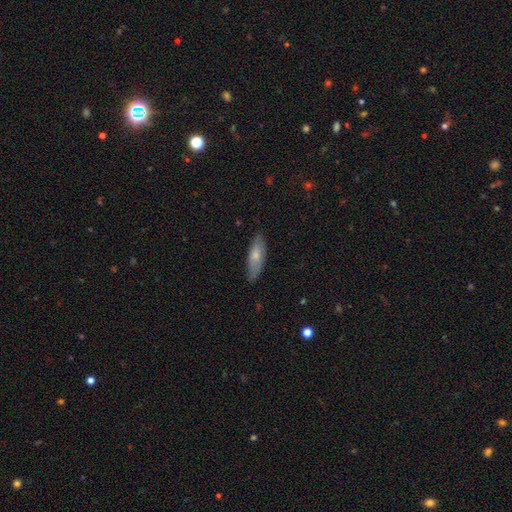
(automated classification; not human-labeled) smooth 66%, featured or disk 28%, star or artifact 6%. Down the decision tree: how rounded — in between (58%); merging — none (79%).